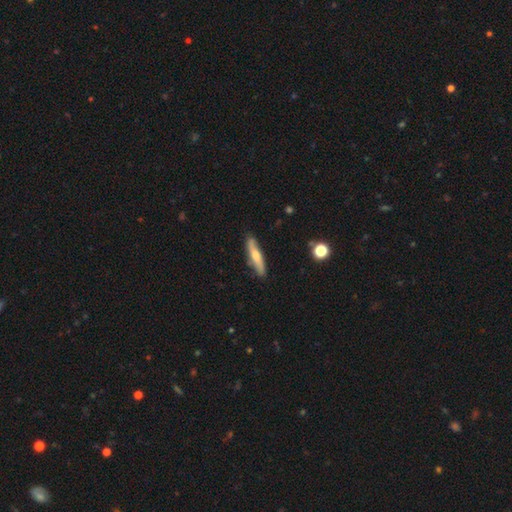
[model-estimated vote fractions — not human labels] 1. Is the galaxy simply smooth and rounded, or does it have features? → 52% smooth, 43% featured or disk, 6% star or artifact.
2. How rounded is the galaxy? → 81% cigar-shaped, 16% in between, 2% round.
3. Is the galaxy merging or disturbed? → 84% none, 12% minor disturbance, 2% major disturbance, 2% merger.